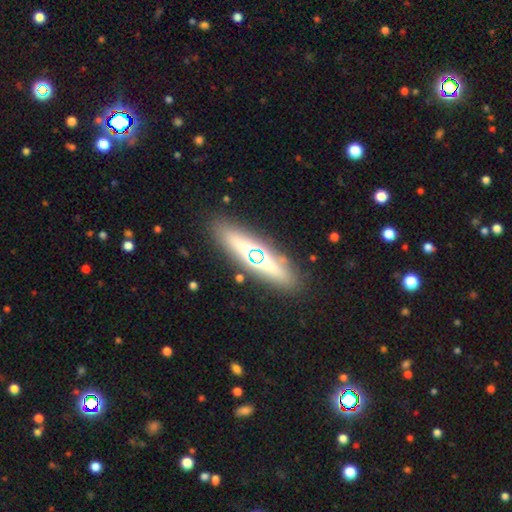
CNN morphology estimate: smooth 47%, featured or disk 37%, star or artifact 16%. Down the decision tree: merging — none (85%).